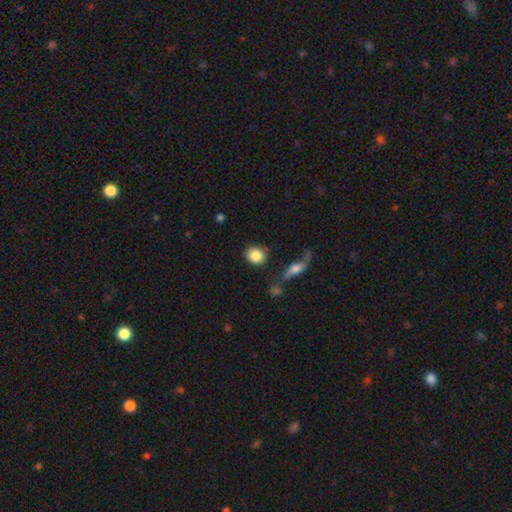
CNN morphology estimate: Overall: smooth (85%). How rounded: round (74%). Merging: none (80%).